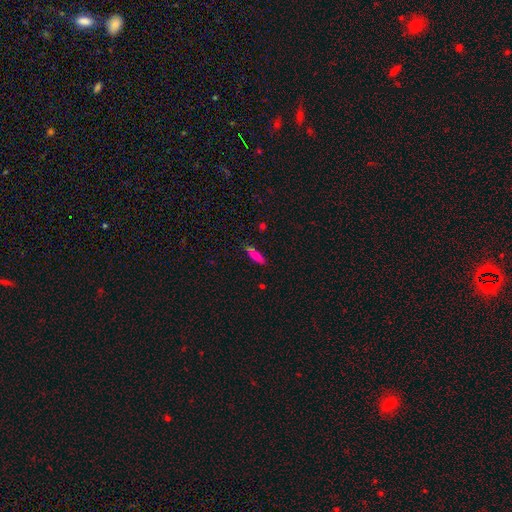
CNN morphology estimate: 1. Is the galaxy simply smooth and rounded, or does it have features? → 72% smooth, 17% featured or disk, 11% star or artifact.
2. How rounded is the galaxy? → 50% in between, 47% cigar-shaped, 3% round.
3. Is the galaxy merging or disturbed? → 69% none, 18% minor disturbance, 9% merger, 4% major disturbance.